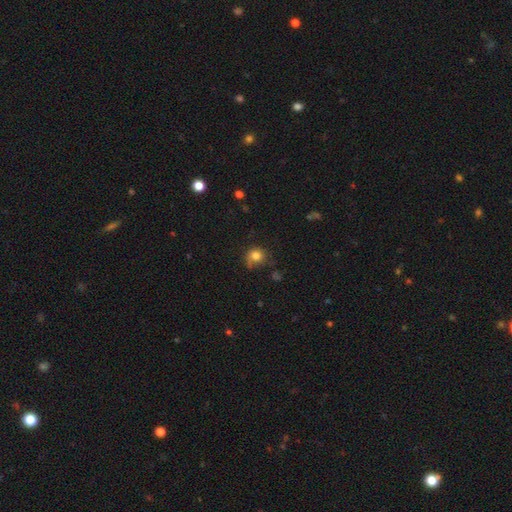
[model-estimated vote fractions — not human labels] Smooth or featured?
  - smooth: 78% *
  - star or artifact: 11%
  - featured or disk: 11%
How rounded?
  - round: 79% *
  - in between: 20%
  - cigar-shaped: 1%
Merging?
  - none: 56% *
  - minor disturbance: 27%
  - major disturbance: 14%
  - merger: 3%